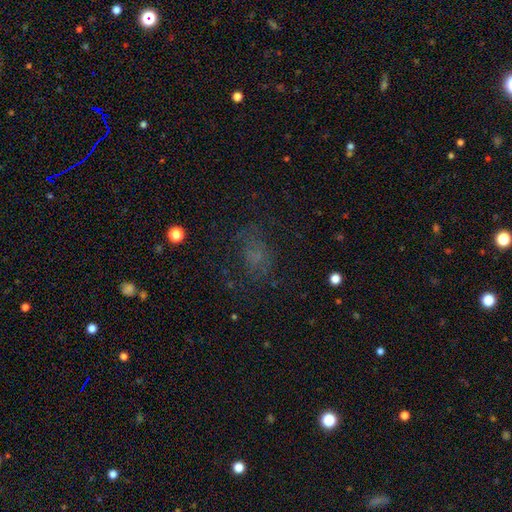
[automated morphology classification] A smooth galaxy with no disk features (49%). Merging: none (58%).